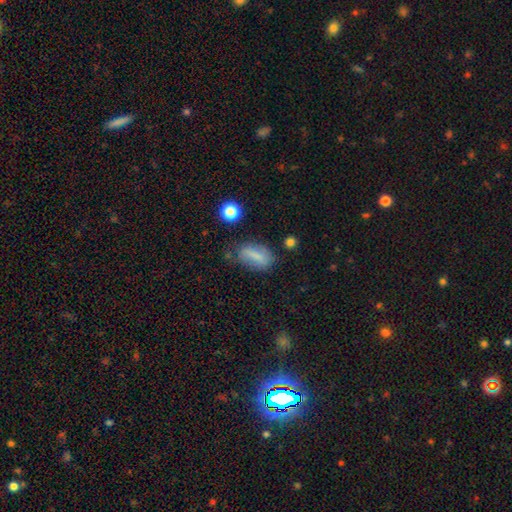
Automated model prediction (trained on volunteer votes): Smooth or featured: smooth — 74% (featured or disk — 16%)
How rounded: in between — 81% (cigar-shaped — 12%)
Merging: none — 62% (minor disturbance — 25%)